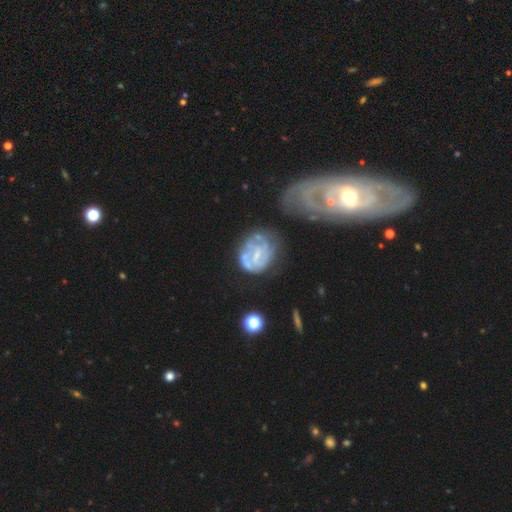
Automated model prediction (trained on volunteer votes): Smooth or featured?
  - featured or disk: 71% *
  - smooth: 21%
  - star or artifact: 8%
Edge-on disk?
  - no: 97% *
  - yes: 3%
Bar?
  - no: 44% *
  - weak: 42%
  - strong: 13%
Spiral arms?
  - yes: 69% *
  - no: 31%
Bulge size?
  - small: 46% *
  - none: 31%
  - moderate: 20%
  - large: 2%
  - dominant: 1%
Merging?
  - none: 43% *
  - minor disturbance: 24%
  - major disturbance: 21%
  - merger: 12%